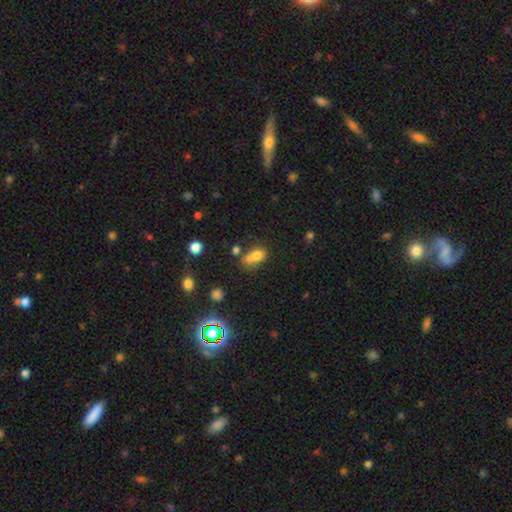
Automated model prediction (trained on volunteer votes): A smooth galaxy with no disk features (71%) that is in between round and cigar-shaped (66%). Merging: merger (50%).